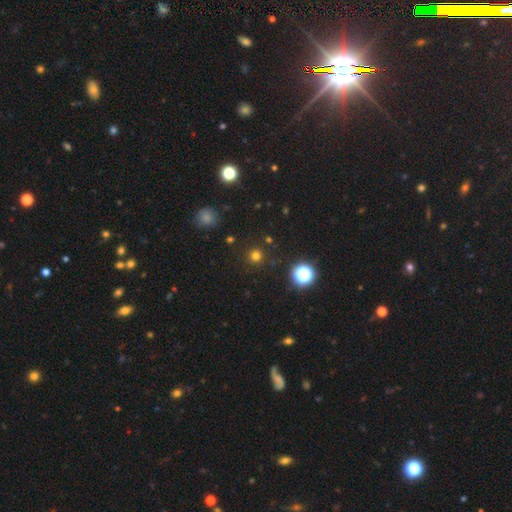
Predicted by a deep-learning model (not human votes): Smooth or featured? smooth (73%)
How rounded? round (95%)
Merging? none (90%)